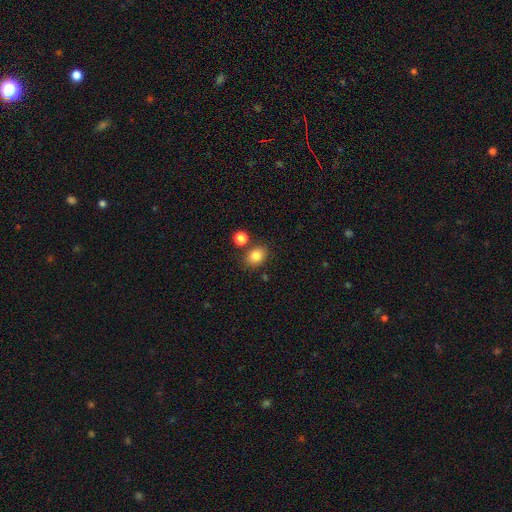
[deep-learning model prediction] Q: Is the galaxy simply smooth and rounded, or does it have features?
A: smooth — 84%.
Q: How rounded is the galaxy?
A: in between — 59%.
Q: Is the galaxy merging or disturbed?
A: none — 76%.